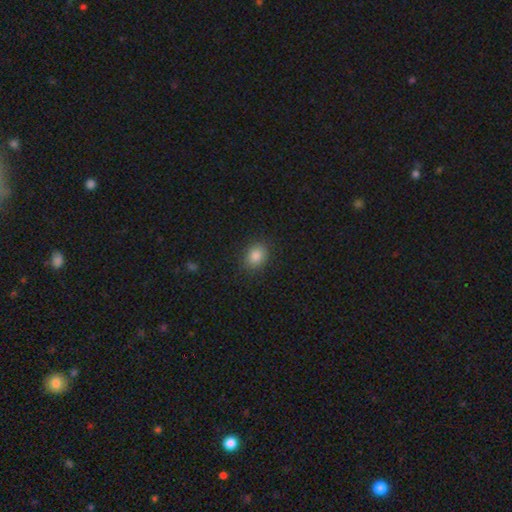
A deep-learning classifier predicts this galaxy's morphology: Overall: smooth (85%). How rounded: in between (52%; round 47%). Merging: none (88%).